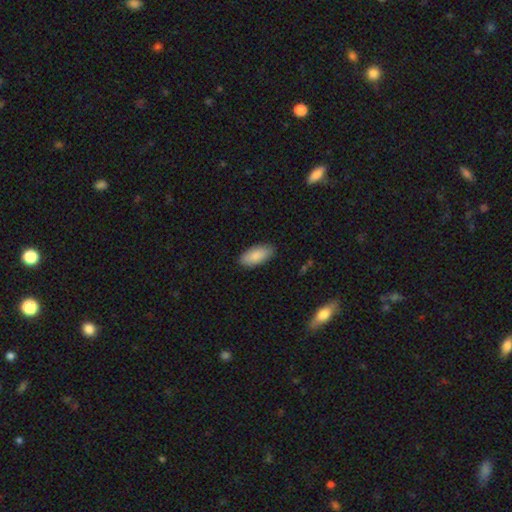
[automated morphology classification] The model was most divided on "merging": none: 87%, minor disturbance: 10%, major disturbance: 2%, merger: 1%. More confident: how rounded — in between (90%); smooth or featured — smooth (88%).